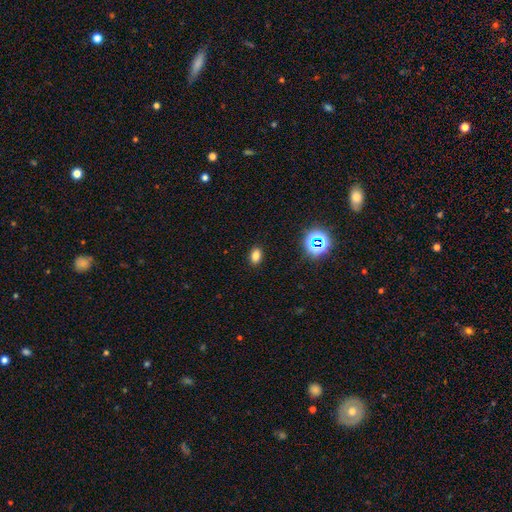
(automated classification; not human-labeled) Morphology: type=smooth (79%); roundness=in between (81%); merging=none (89%).